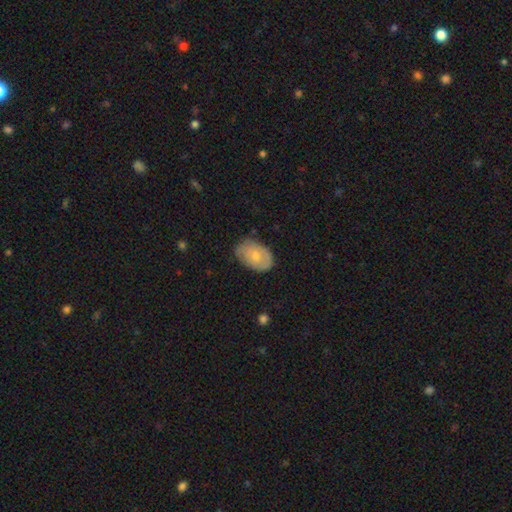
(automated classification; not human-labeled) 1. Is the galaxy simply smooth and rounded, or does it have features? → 69% smooth, 24% featured or disk, 6% star or artifact.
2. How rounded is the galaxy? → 87% in between, 12% round, 1% cigar-shaped.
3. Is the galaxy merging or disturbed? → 74% none, 21% minor disturbance, 4% major disturbance, 1% merger.